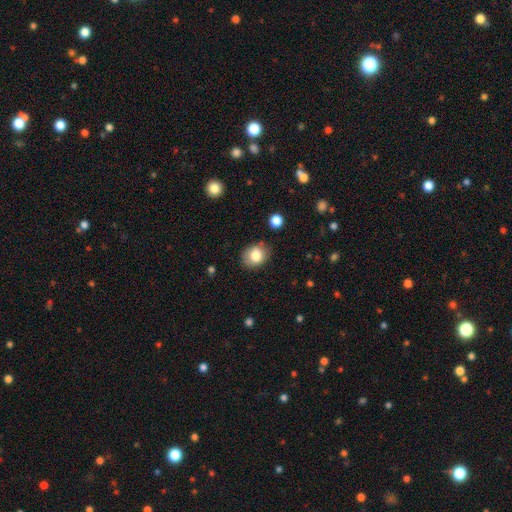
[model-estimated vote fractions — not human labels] A smooth galaxy with no disk features (80%) that is in between round and cigar-shaped (50%). Merging: none (78%).